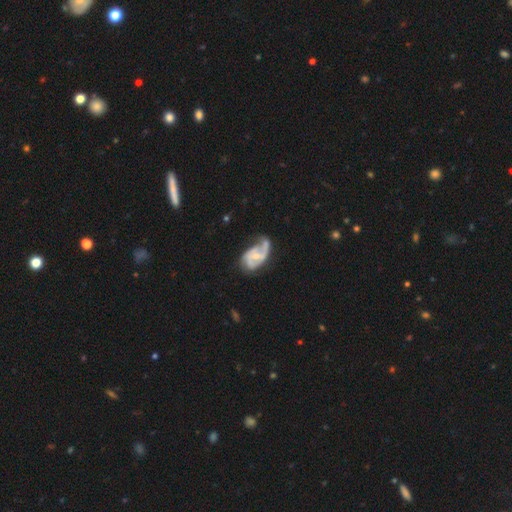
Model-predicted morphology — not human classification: Smooth or featured? featured or disk (79%)
Edge-on disk? no (97%)
Bar? no (54%)
Spiral arms? yes (89%)
Spiral winding? medium (43%)
Spiral arm count? 2 (58%)
Bulge size? small (56%)
Merging? none (32%)